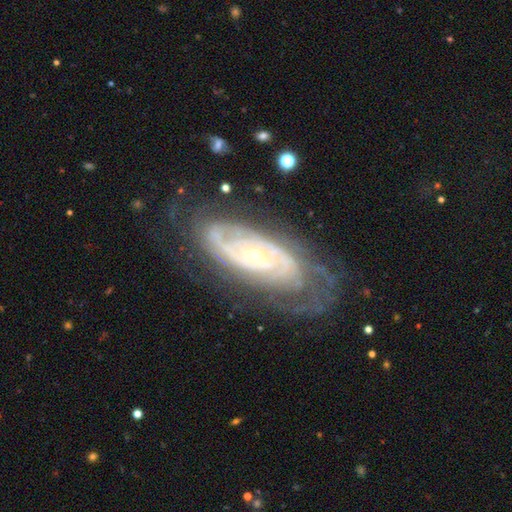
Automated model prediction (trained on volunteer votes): Overall: featured or disk (88%). Edge-on disk: no (93%). Bar: no (63%; weak 26%). Spiral arms: yes (97%). Spiral arm count: 2 (34%; can't tell 31%). Spiral winding: tight (76%). Bulge size: small (72%). Merging: none (68%).